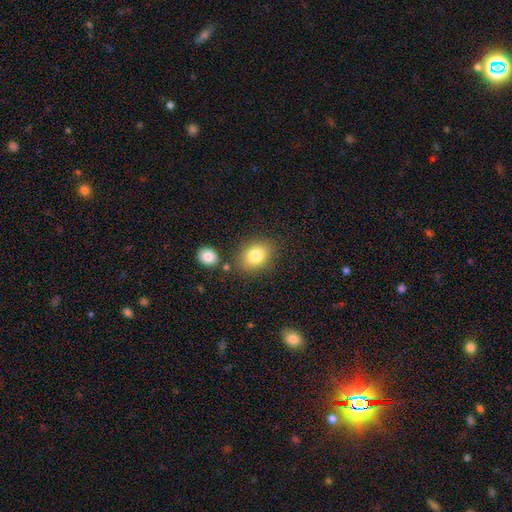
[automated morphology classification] smooth 81%, star or artifact 10%, featured or disk 9%. Down the decision tree: how rounded — in between (60%); merging — none (77%).